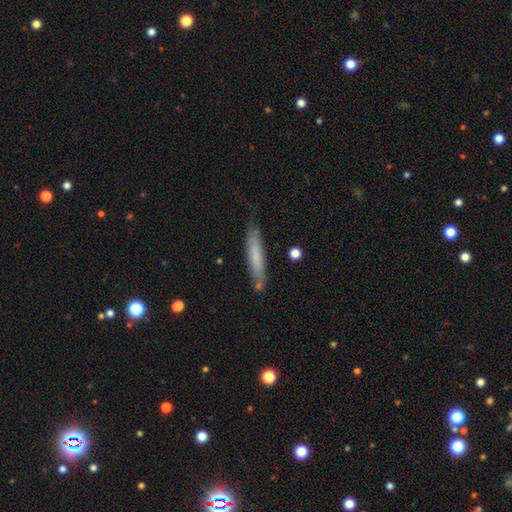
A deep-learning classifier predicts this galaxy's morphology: Smooth or featured? Predicted: smooth (p=0.65). How rounded? Predicted: cigar-shaped (p=0.90). Merging? Predicted: none (p=0.78).